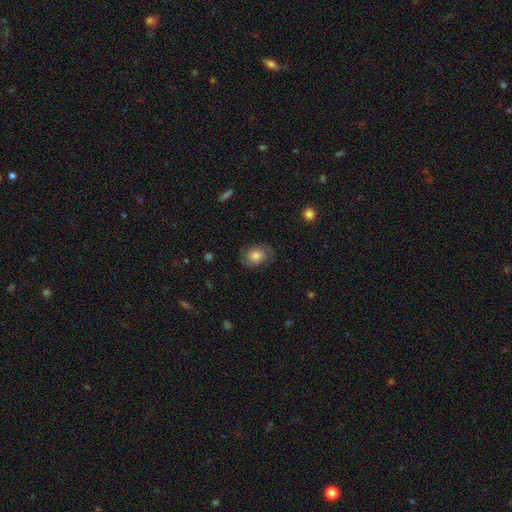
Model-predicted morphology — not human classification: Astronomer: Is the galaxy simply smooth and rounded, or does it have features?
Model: smooth — 53% (runner-up: featured or disk, 38%).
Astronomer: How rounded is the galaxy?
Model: in between — 51% (runner-up: round, 48%).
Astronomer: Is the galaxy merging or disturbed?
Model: none — 76%.